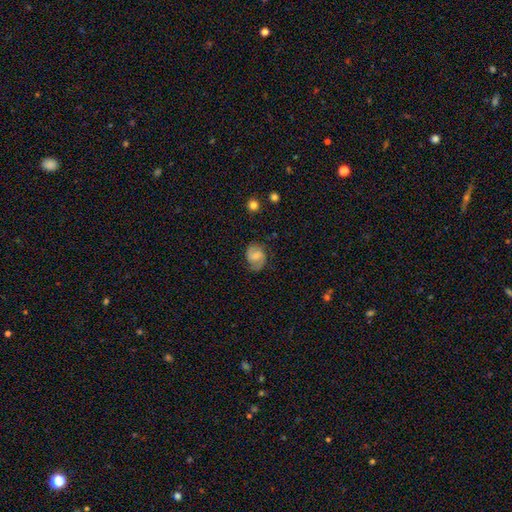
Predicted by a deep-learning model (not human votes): Overall: featured or disk (60%; smooth 33%). Edge-on disk: no (98%). Bar: weak (52%; no 31%). Spiral arms: yes (91%). Spiral arm count: 2 (85%). Spiral winding: medium (51%; loose 25%). Bulge size: small (37%; moderate 34%). Merging: none (71%).